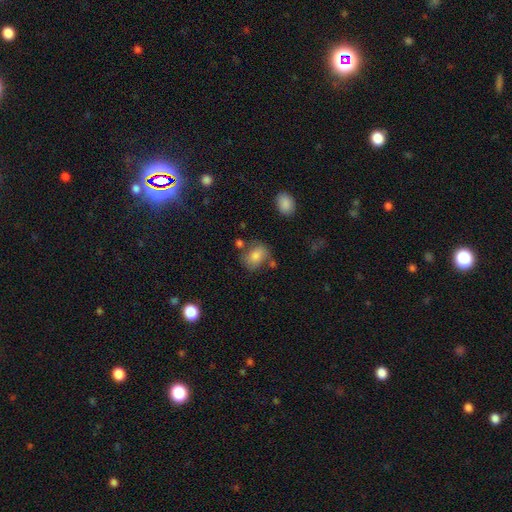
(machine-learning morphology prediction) type=smooth (76%); roundness=in between (58%); merging=none (61%).